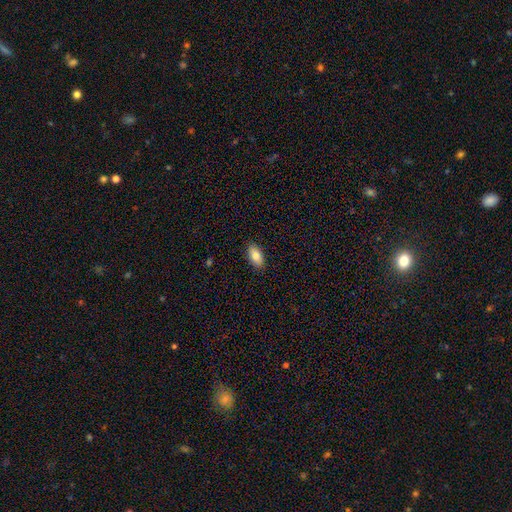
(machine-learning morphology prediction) The model was most divided on "smooth or featured": smooth: 83%, featured or disk: 10%, star or artifact: 7%. More confident: how rounded — in between (92%); merging — none (89%).